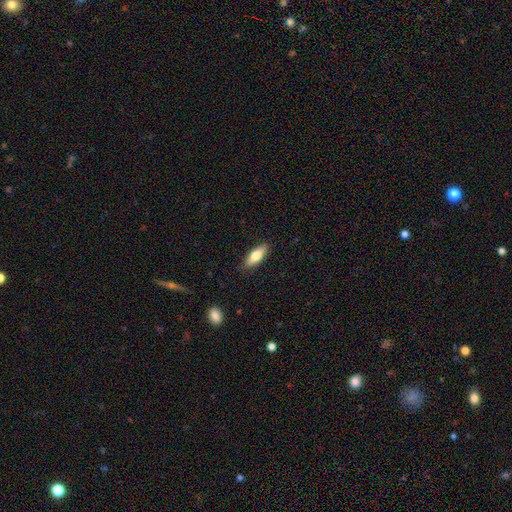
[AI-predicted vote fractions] The model was most divided on "how rounded": in between: 65%, cigar-shaped: 32%, round: 2%. More confident: merging — none (86%); smooth or featured — smooth (70%).